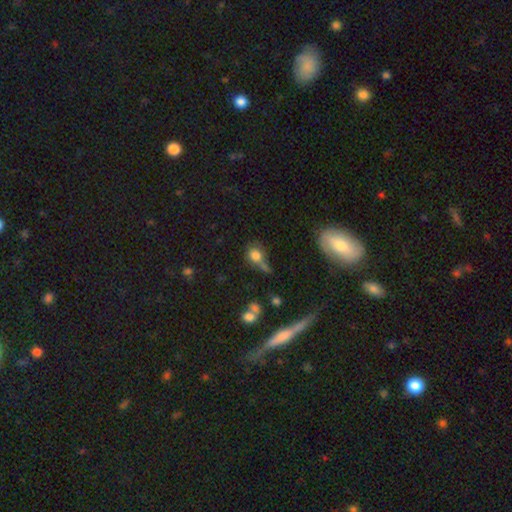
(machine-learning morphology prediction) smooth_or_featured: smooth (p=0.77) [alt: star or artifact p=0.13]
how_rounded: round (p=0.63) [alt: in between p=0.35]
merging: none (p=0.42) [alt: merger p=0.23]